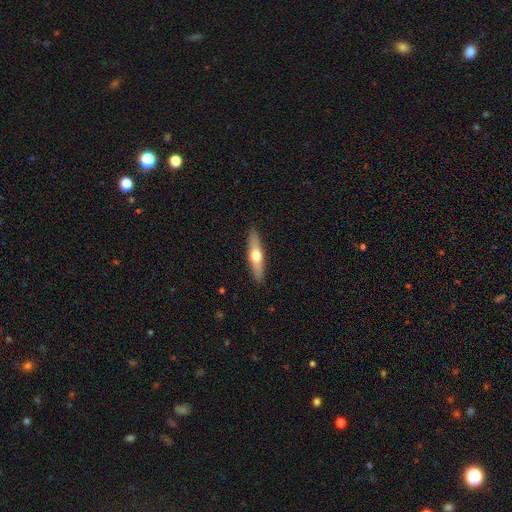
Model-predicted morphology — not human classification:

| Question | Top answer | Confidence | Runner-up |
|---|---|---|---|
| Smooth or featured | smooth | 49% | featured or disk (46%) |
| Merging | none | 90% | minor disturbance (7%) |